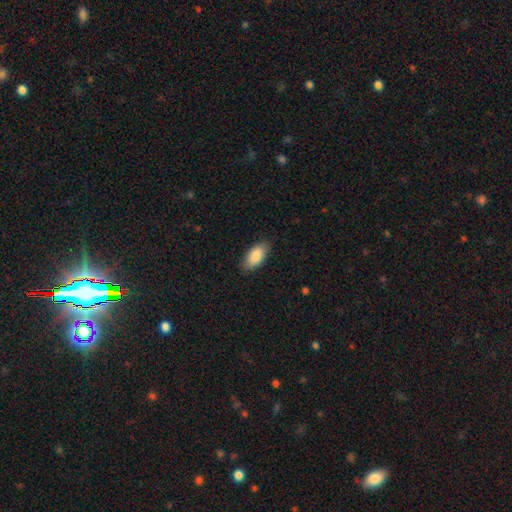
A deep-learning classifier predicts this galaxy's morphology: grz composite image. It shows a smooth galaxy with no disk features (87%) that is in between round and cigar-shaped (92%). Merging: none (85%).